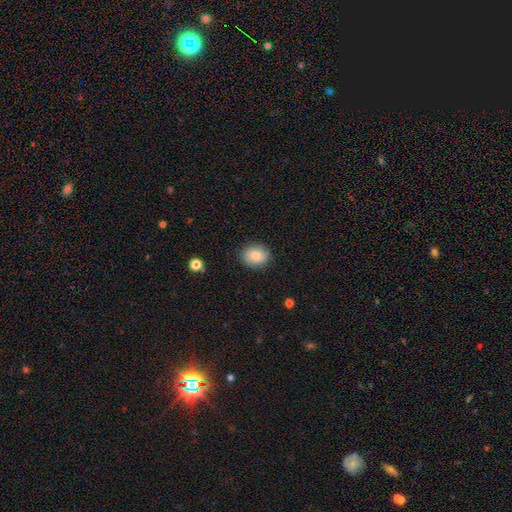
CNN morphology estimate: This appears to be a smooth galaxy with no disk features (83%) that is round (63%). Merging: none (87%).